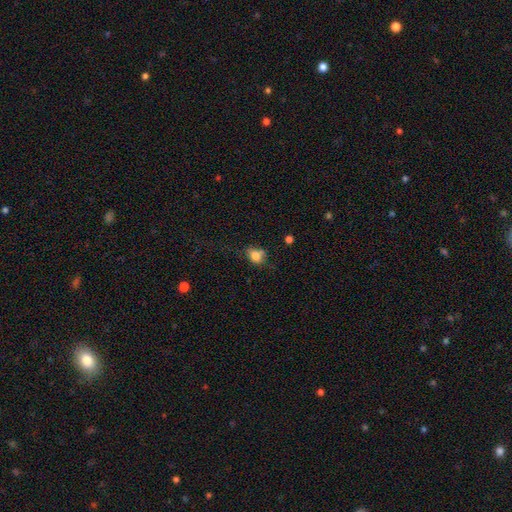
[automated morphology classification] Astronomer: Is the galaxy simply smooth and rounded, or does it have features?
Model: smooth — 78%.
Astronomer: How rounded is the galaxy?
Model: in between — 54% (runner-up: round, 45%).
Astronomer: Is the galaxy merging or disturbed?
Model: none — 55%.